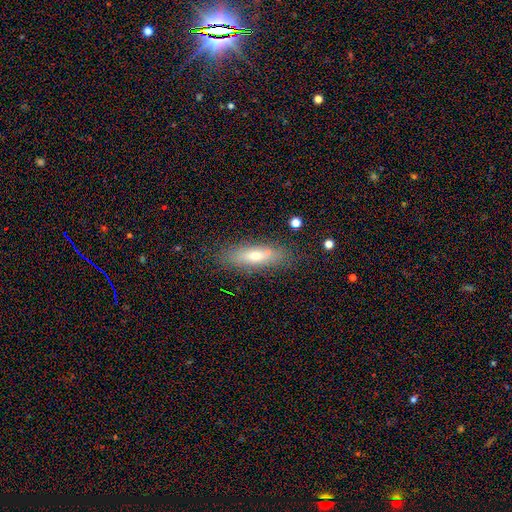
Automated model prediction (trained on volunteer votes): Smooth or featured? smooth (62%)
How rounded? cigar-shaped (55%)
Merging? none (80%)